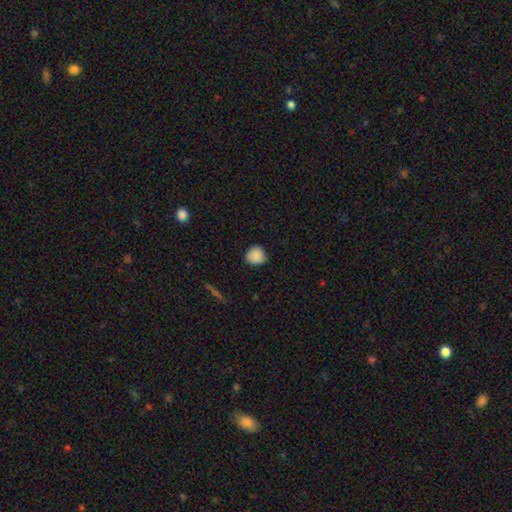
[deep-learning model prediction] smooth_or_featured: smooth (p=0.87) [alt: star or artifact p=0.08]
how_rounded: round (p=0.85) [alt: in between p=0.14]
merging: none (p=0.79) [alt: minor disturbance p=0.18]